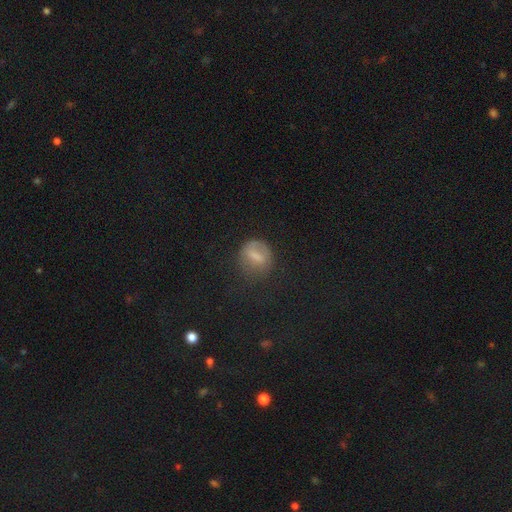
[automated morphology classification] smooth-or-featured: smooth: 59% | featured or disk: 24% | star or artifact: 17%
  how-rounded: round: 63% | in between: 31% | cigar-shaped: 5%
  merging: none: 67% | minor disturbance: 19% | major disturbance: 12% | merger: 2%